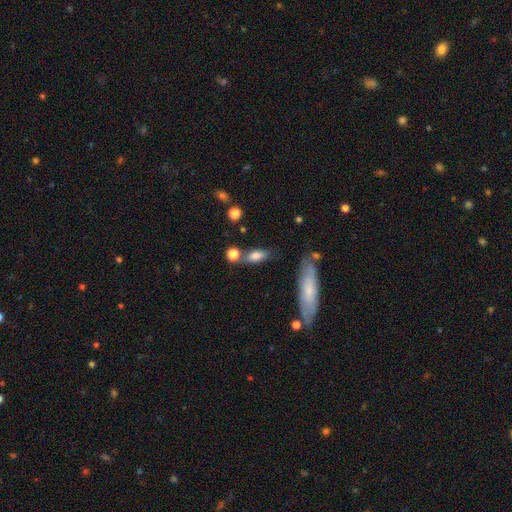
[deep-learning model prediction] This is likely a smooth galaxy (79%). How rounded: likely in between (69%). Merging: possibly none (57%).